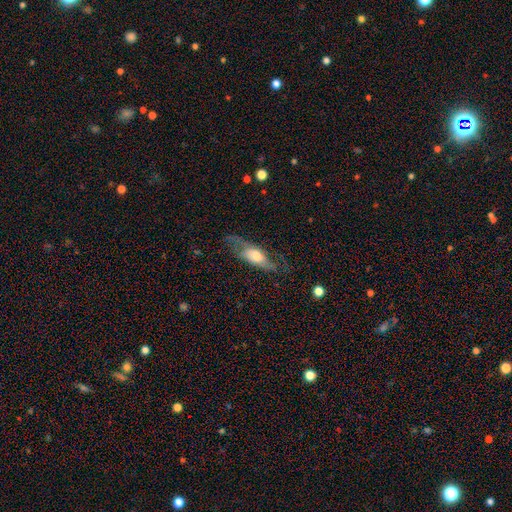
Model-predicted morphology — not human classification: A featured or disk galaxy (53%). Merging: none (54%).